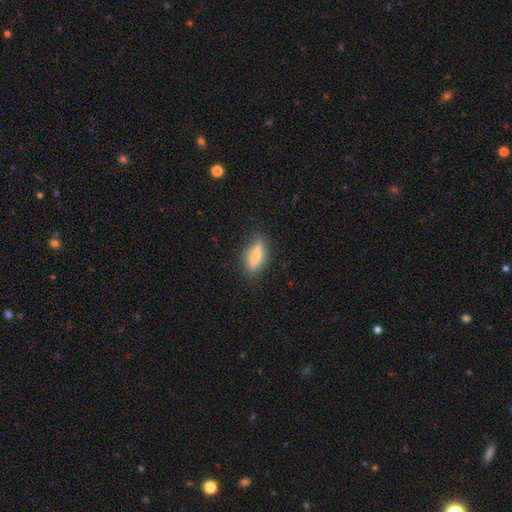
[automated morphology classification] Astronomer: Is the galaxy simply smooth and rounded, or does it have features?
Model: smooth — 62%.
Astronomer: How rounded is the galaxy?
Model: cigar-shaped — 58% (runner-up: in between, 38%).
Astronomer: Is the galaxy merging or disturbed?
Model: none — 83%.